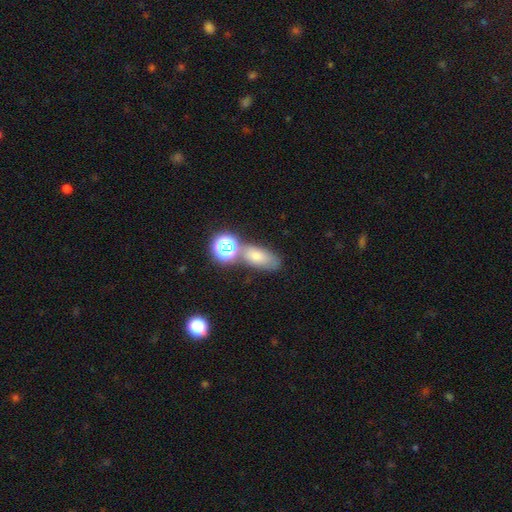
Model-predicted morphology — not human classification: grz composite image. It shows a smooth galaxy with no disk features (57%) that is in between round and cigar-shaped (73%). Merging: none (56%).